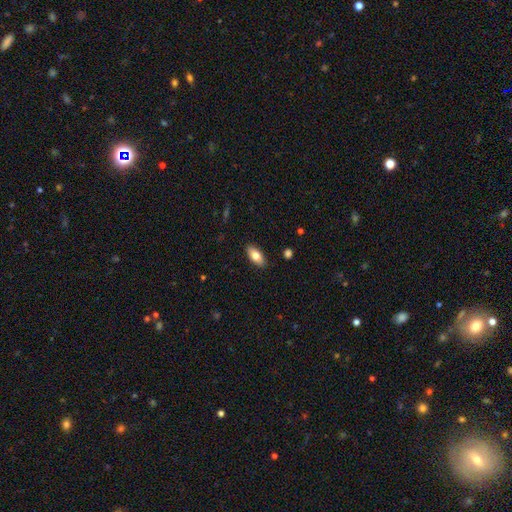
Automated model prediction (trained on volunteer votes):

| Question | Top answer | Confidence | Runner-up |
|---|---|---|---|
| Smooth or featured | smooth | 79% | featured or disk (15%) |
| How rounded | in between | 87% | cigar-shaped (10%) |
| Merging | none | 88% | minor disturbance (9%) |